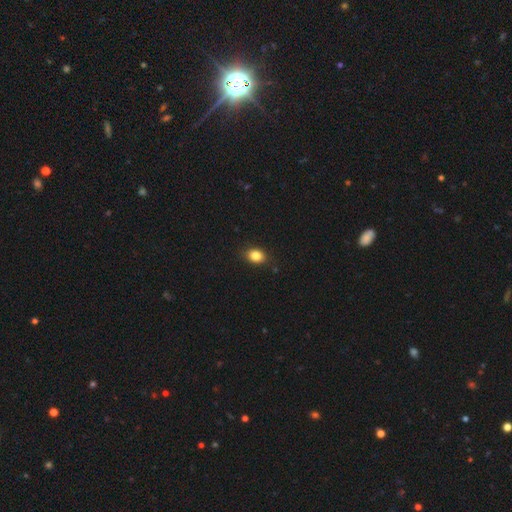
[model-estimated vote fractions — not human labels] This is clearly a smooth galaxy (85%). How rounded: likely in between (62%). Merging: clearly none (86%).